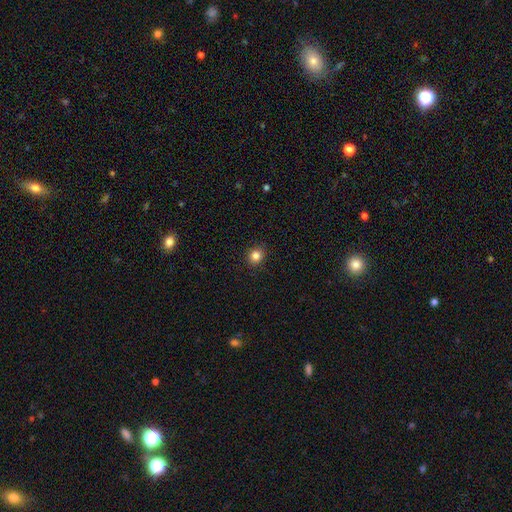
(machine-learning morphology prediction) smooth 83%, star or artifact 12%, featured or disk 5%. Down the decision tree: how rounded — round (83%); merging — none (91%).